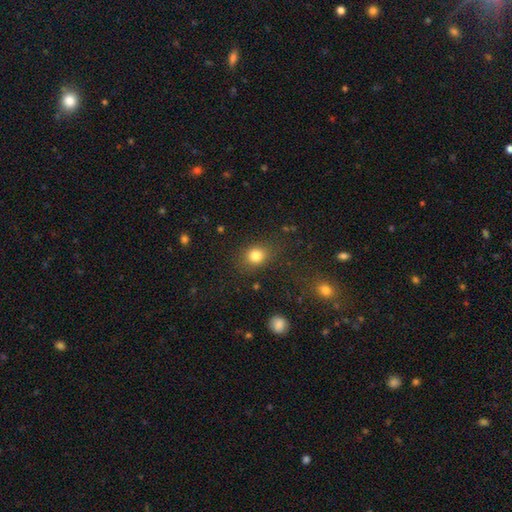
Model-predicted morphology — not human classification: A smooth galaxy with no disk features (82%) that is round (64%).

Vote fractions:
- Smooth or featured? smooth: 82% / star or artifact: 12% / featured or disk: 6%
- How rounded? round: 64% / in between: 35% / cigar-shaped: 1%
- Merging? none: 80% / minor disturbance: 13% / major disturbance: 5% / merger: 3%